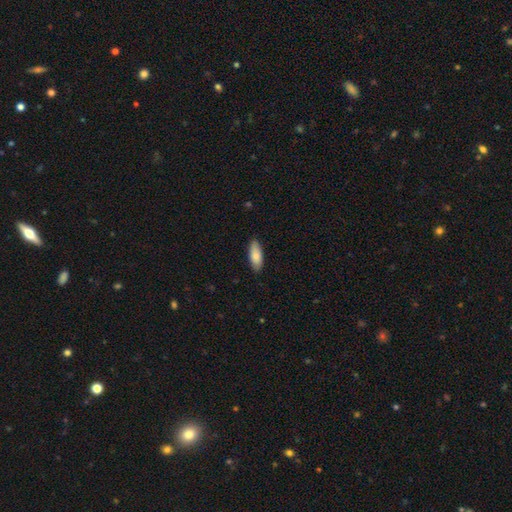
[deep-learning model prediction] The model was most divided on "how rounded": in between: 73%, cigar-shaped: 25%, round: 2%. More confident: merging — none (87%); smooth or featured — smooth (85%).